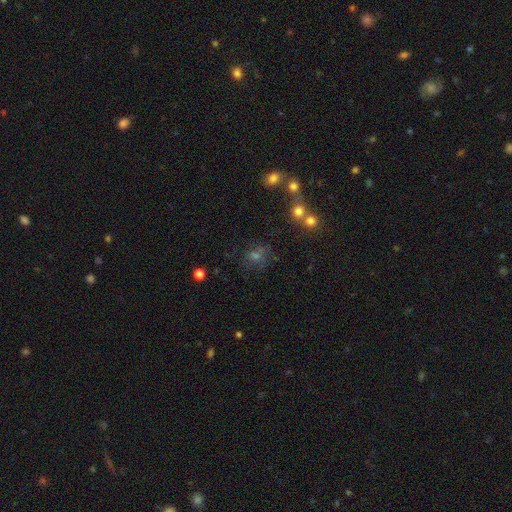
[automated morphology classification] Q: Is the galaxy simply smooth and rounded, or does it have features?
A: smooth — 43%.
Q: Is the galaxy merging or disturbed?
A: none — 67%.